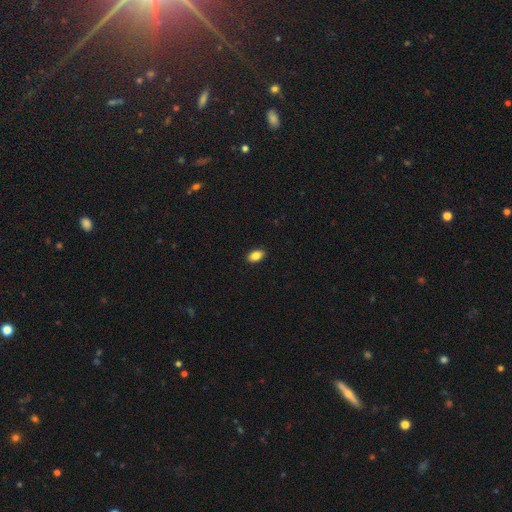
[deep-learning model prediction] A smooth galaxy with no disk features (84%) that is in between round and cigar-shaped (90%). Merging: none (90%).